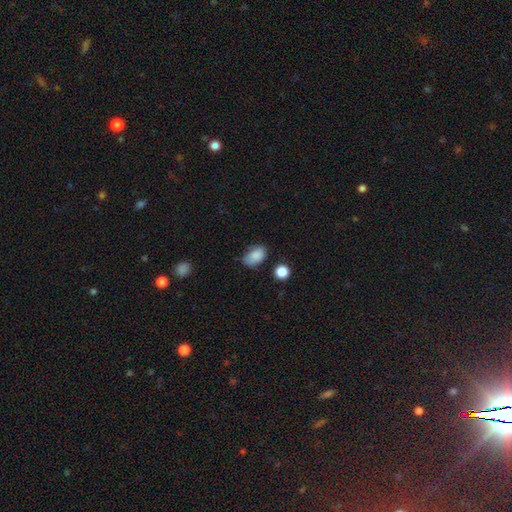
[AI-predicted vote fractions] smooth-or-featured: smooth: 85% | star or artifact: 8% | featured or disk: 7%
  how-rounded: in between: 87% | round: 12% | cigar-shaped: 1%
  merging: none: 63% | minor disturbance: 28% | major disturbance: 6% | merger: 3%